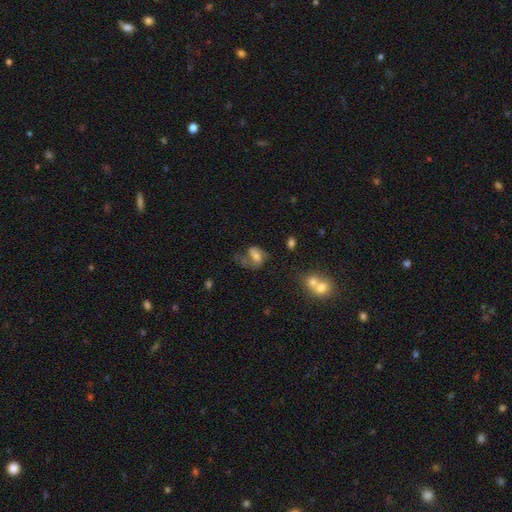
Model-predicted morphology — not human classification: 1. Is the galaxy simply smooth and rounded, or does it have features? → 48% smooth, 40% featured or disk, 12% star or artifact.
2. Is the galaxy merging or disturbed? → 34% major disturbance (tied), 34% none (tied), 23% minor disturbance, 9% merger.